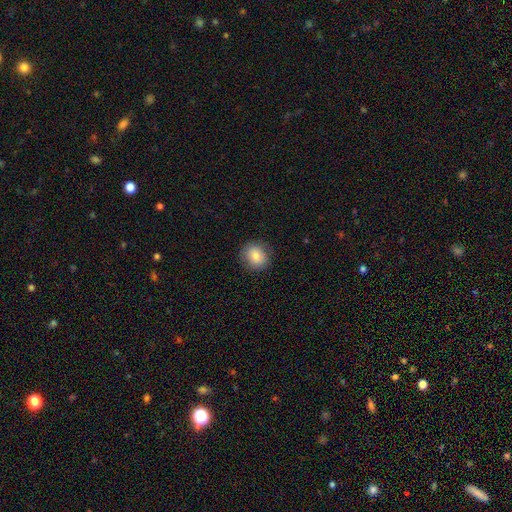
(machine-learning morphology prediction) Overall: smooth (79%). How rounded: round (80%). Merging: none (86%).